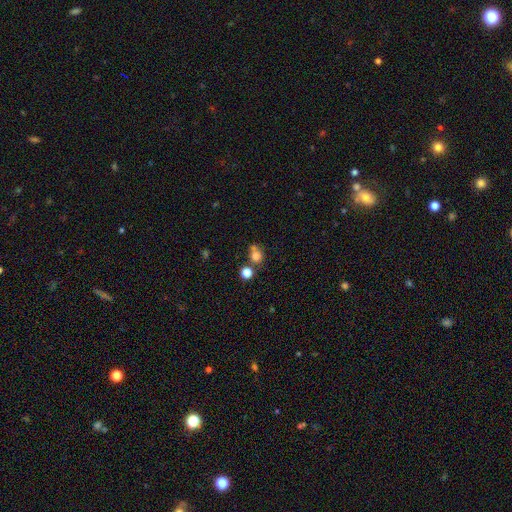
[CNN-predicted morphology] Overall: smooth (76%). How rounded: round (75%). Merging: none (51%; merger 30%).